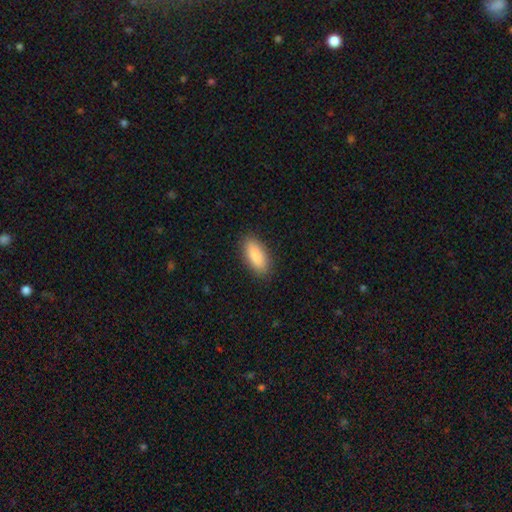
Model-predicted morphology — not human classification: This appears to be a smooth galaxy with no disk features (87%) that is in between round and cigar-shaped (84%). Merging: none (88%).